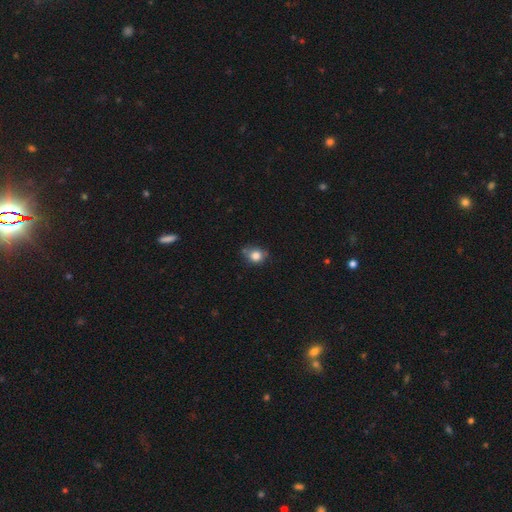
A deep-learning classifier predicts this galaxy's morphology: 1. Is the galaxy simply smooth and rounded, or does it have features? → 80% smooth, 11% star or artifact, 9% featured or disk.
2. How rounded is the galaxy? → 68% round, 31% in between, 1% cigar-shaped.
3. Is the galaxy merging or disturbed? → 63% none, 25% minor disturbance, 7% merger, 5% major disturbance.